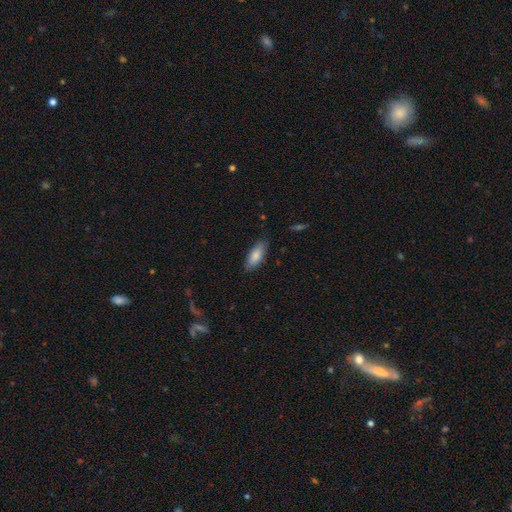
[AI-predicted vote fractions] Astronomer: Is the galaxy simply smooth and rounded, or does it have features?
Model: smooth — 82%.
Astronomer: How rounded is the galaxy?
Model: in between — 73%.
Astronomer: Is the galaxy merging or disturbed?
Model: none — 83%.